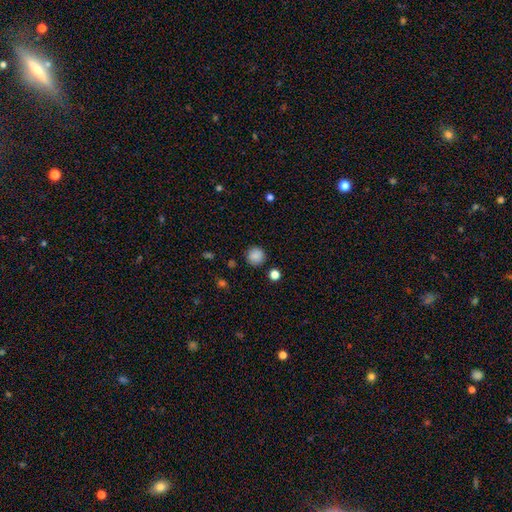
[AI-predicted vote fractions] This appears to be a smooth galaxy with no disk features (86%) that is round (93%). Merging: none (86%).